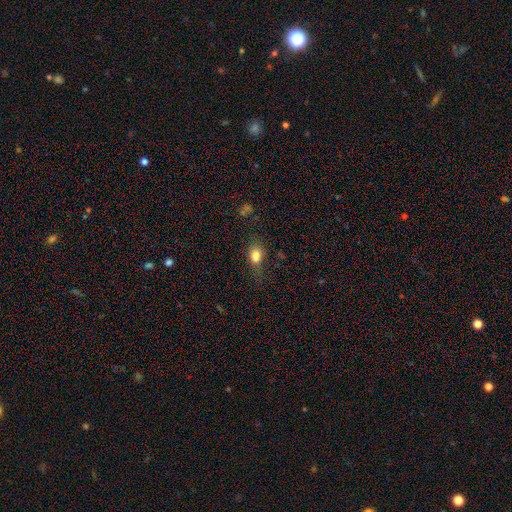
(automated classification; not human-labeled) Smooth or featured? Predicted: smooth (p=0.80). How rounded? Predicted: in between (p=0.64). Merging? Predicted: none (p=0.57).